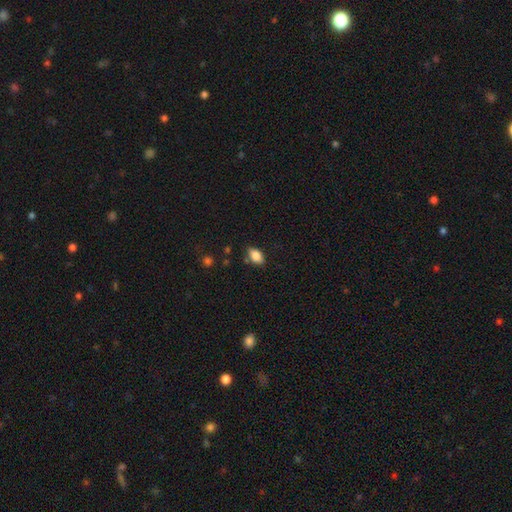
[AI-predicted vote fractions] This is clearly a smooth galaxy (84%). How rounded: clearly in between (88%). Merging: likely none (77%).